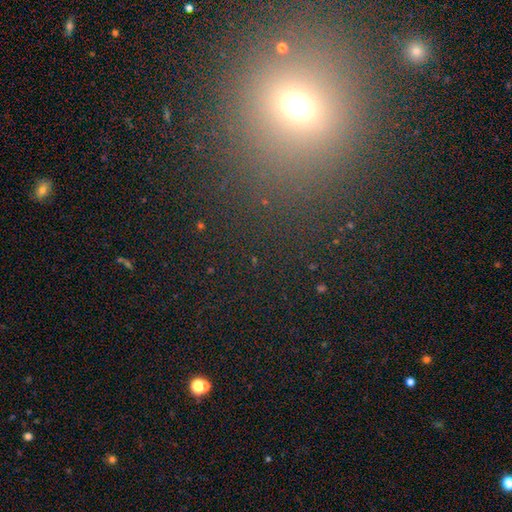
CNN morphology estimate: type=smooth (46%); merging=none (86%).